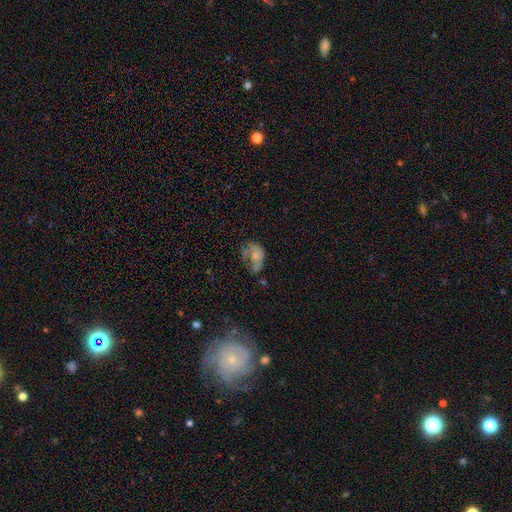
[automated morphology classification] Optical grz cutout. It shows a smooth galaxy with no disk features (53%) that is in between round and cigar-shaped (72%). Merging: major disturbance (37%).